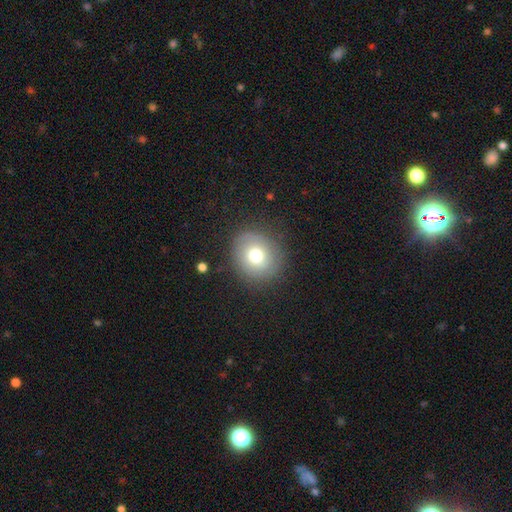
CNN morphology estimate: smooth-or-featured: smooth: 68% | featured or disk: 21% | star or artifact: 11%
  how-rounded: round: 81% | in between: 18% | cigar-shaped: 1%
  merging: none: 84% | minor disturbance: 10% | major disturbance: 4% | merger: 1%